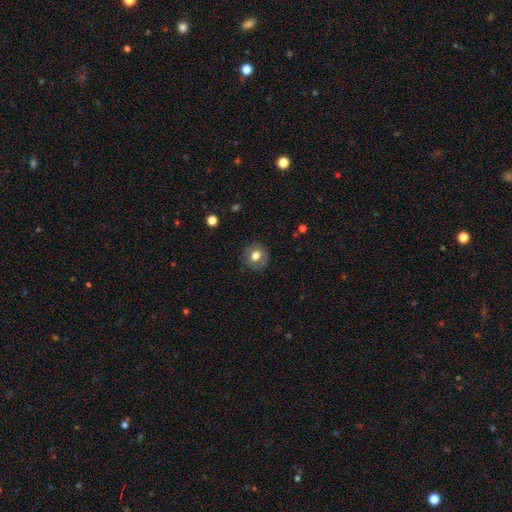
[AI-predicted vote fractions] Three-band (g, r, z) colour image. It shows a smooth galaxy with no disk features (72%) that is round (87%). Merging: none (86%).